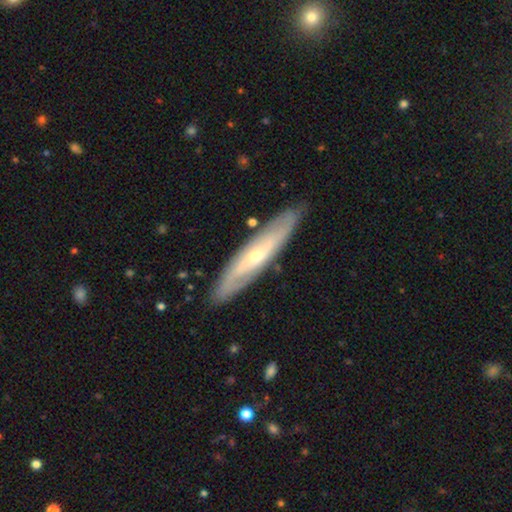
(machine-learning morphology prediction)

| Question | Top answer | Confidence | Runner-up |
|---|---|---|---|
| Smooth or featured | featured or disk | 68% | smooth (26%) |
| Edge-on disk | no | 51% | yes (49%) |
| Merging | none | 85% | minor disturbance (11%) |